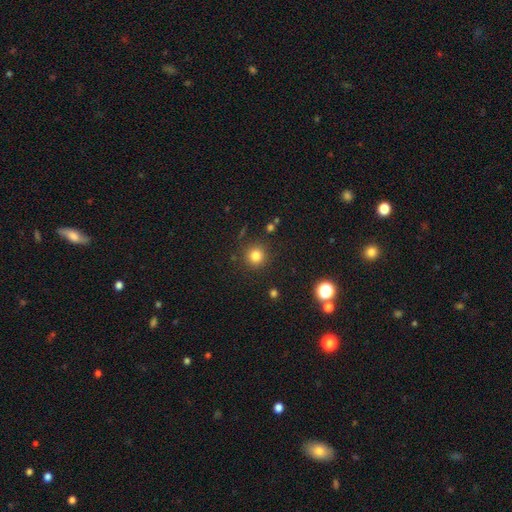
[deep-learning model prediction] smooth-or-featured: smooth: 81% | star or artifact: 13% | featured or disk: 6%
  how-rounded: round: 94% | in between: 5% | cigar-shaped: 1%
  merging: none: 88% | minor disturbance: 7% | major disturbance: 3% | merger: 2%